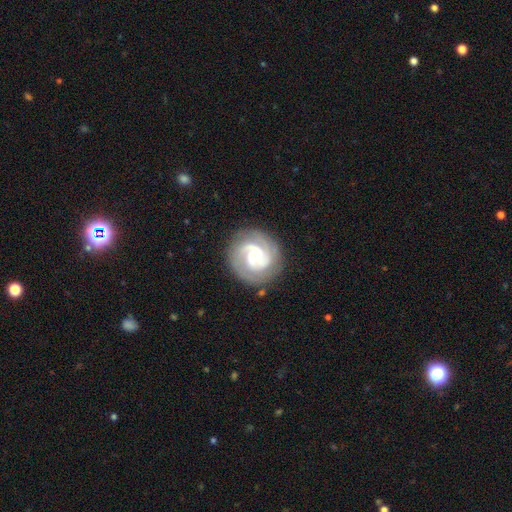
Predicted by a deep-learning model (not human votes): Smooth or featured? featured or disk (87%)
Edge-on disk? no (98%)
Bar? no (58%)
Spiral arms? yes (98%)
Spiral winding? tight (59%)
Spiral arm count? 2 (42%)
Bulge size? moderate (48%)
Merging? none (83%)